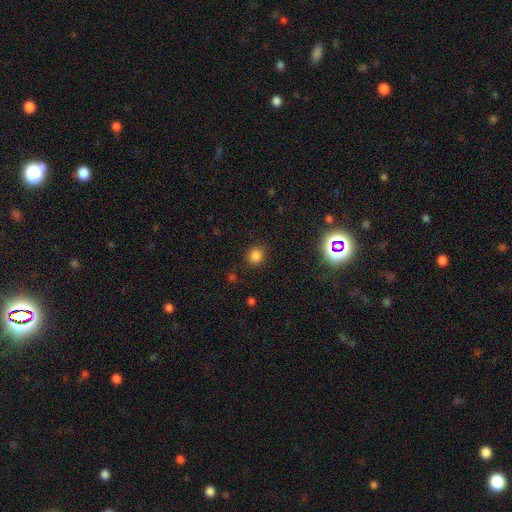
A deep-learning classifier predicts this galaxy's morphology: A smooth galaxy with no disk features (80%) that is round (85%).

Vote fractions:
- Smooth or featured? smooth: 80% / star or artifact: 15% / featured or disk: 4%
- How rounded? round: 85% / in between: 14% / cigar-shaped: 1%
- Merging? none: 87% / minor disturbance: 9% / major disturbance: 3% / merger: 2%